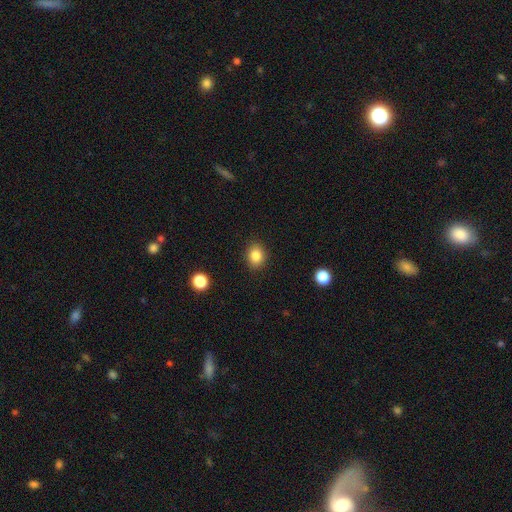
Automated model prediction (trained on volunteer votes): Smooth or featured? smooth (84%)
How rounded? round (53%)
Merging? none (89%)